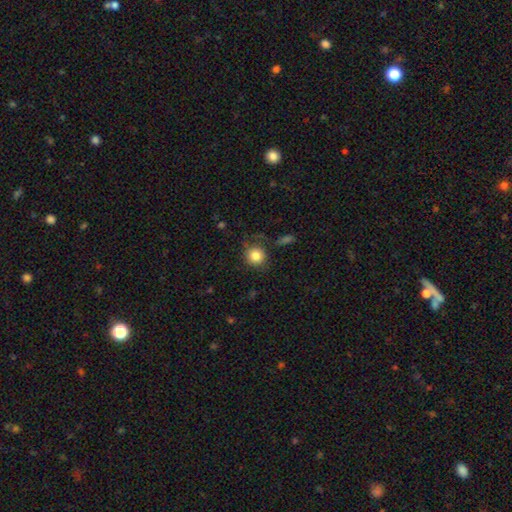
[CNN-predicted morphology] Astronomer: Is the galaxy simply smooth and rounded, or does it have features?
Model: smooth — 83%.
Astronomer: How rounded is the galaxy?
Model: round — 92%.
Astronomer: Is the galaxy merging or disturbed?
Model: none — 79%.